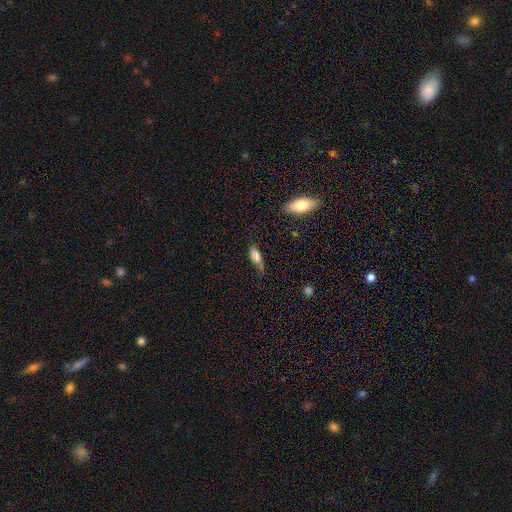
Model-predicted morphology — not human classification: This is likely a smooth galaxy (78%). How rounded: likely in between (71%). Merging: possibly none (46%).